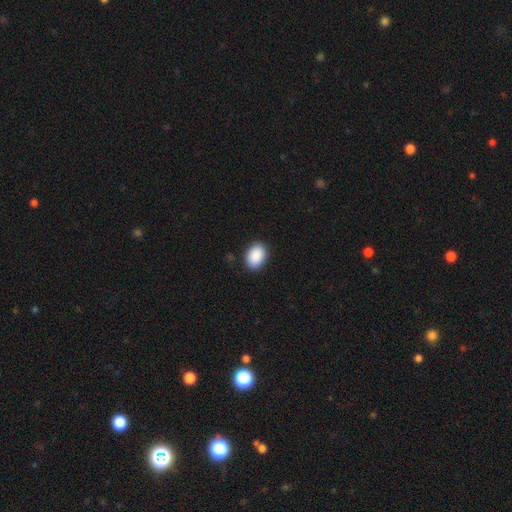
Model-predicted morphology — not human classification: Overall: smooth (91%). How rounded: in between (79%). Merging: none (90%).